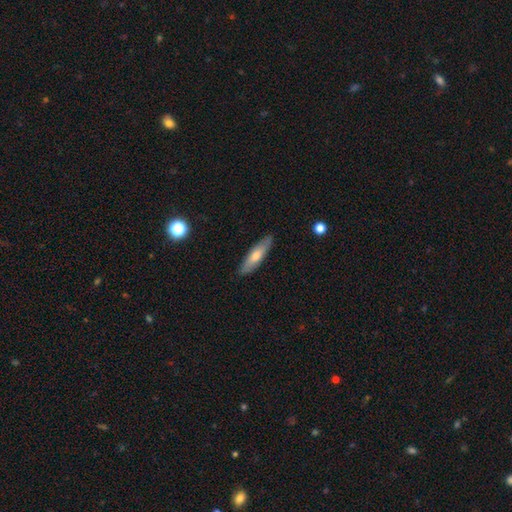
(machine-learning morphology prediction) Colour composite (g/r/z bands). It shows a smooth galaxy with no disk features (59%) that is cigar-shaped (68%). Merging: none (87%).